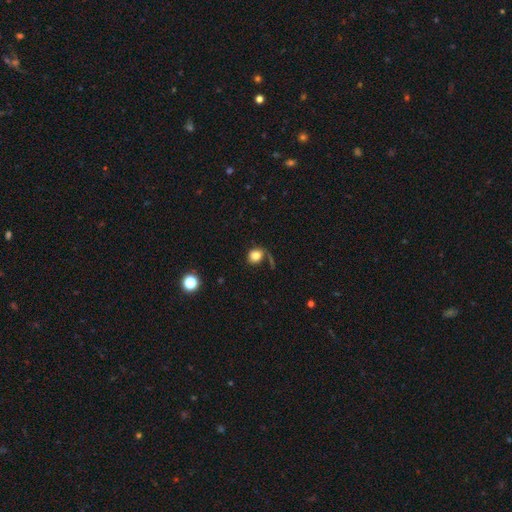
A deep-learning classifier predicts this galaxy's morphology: This is clearly a smooth galaxy (81%). How rounded: likely round (64%). Merging: possibly none (60%).